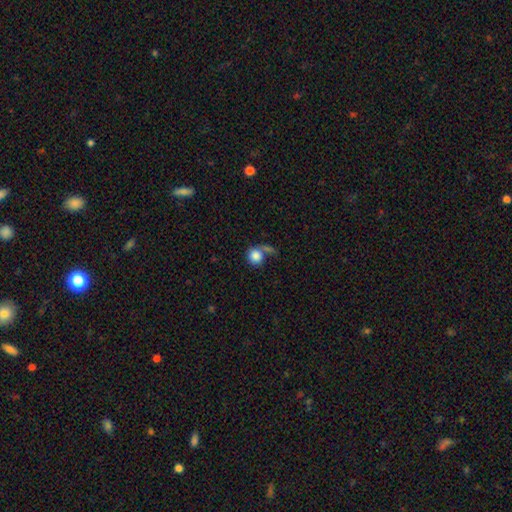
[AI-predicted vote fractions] smooth-or-featured: smooth: 82% | featured or disk: 10% | star or artifact: 8%
  how-rounded: round: 86% | in between: 12% | cigar-shaped: 1%
  merging: none: 44% | merger: 25% | major disturbance: 17% | minor disturbance: 14%